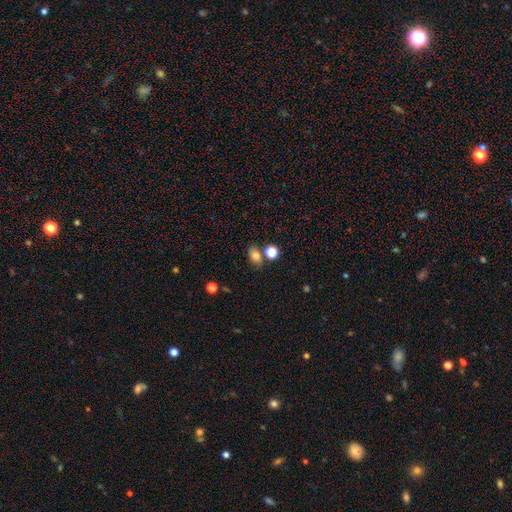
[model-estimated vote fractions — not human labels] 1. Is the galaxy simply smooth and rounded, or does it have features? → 77% smooth, 13% star or artifact, 10% featured or disk.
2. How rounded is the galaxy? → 74% in between, 24% round, 2% cigar-shaped.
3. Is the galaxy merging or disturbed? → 66% none, 15% merger, 14% minor disturbance, 5% major disturbance.